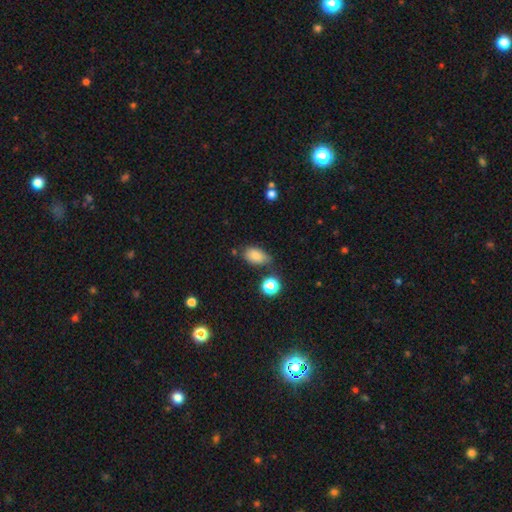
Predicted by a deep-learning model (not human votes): Smooth or featured?
  - smooth: 82% *
  - star or artifact: 11%
  - featured or disk: 7%
How rounded?
  - in between: 88% *
  - round: 10%
  - cigar-shaped: 2%
Merging?
  - none: 63% *
  - minor disturbance: 24%
  - merger: 7%
  - major disturbance: 6%